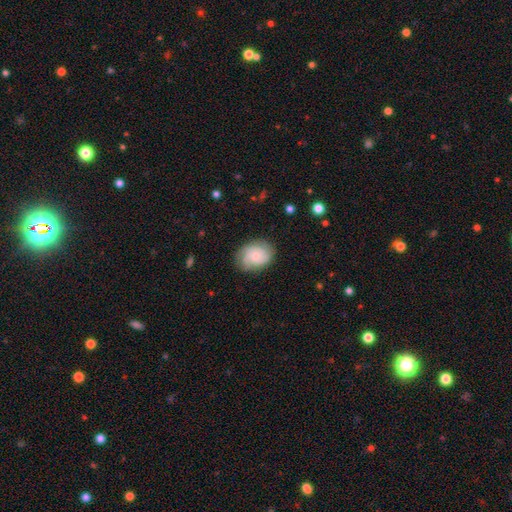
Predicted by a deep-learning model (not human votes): A featured or disk galaxy (49%). Merging: none (74%).